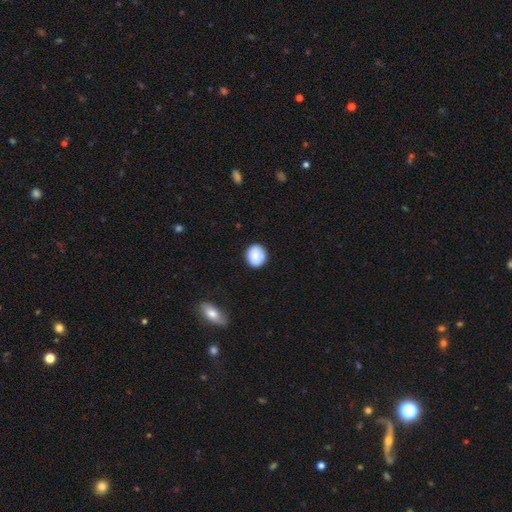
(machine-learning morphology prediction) Overall: smooth (85%). How rounded: round (76%). Merging: none (83%).